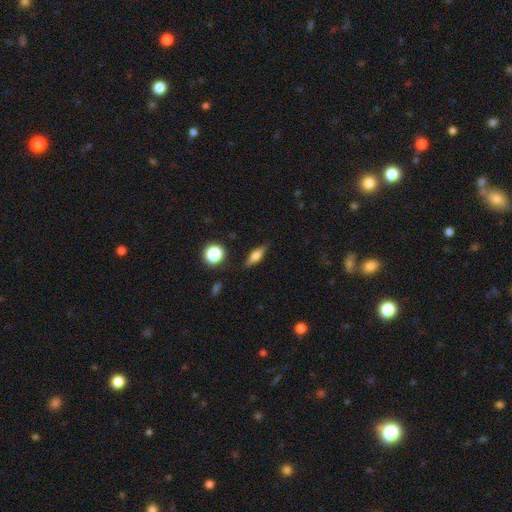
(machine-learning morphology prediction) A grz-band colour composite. It shows a smooth galaxy with no disk features (57%) that is in between round and cigar-shaped (50%). Merging: none (84%).